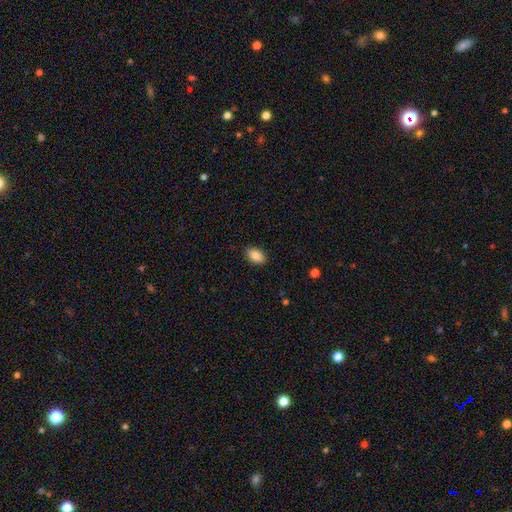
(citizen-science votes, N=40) smooth_or_featured: smooth (p=0.80) [alt: star or artifact p=0.12]
how_rounded: in between (p=1.00)
merging: none (p=0.97) [alt: minor disturbance p=0.03]